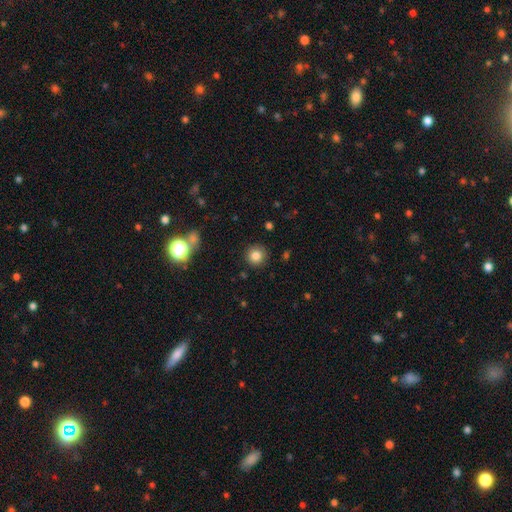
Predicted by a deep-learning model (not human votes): Overall: smooth (82%). How rounded: round (94%). Merging: none (90%).